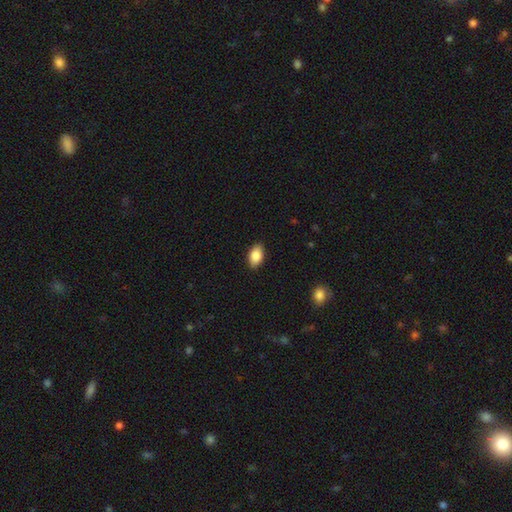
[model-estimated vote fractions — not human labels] smooth-or-featured: smooth: 87% | star or artifact: 7% | featured or disk: 6%
  how-rounded: in between: 92% | round: 6% | cigar-shaped: 2%
  merging: none: 89% | minor disturbance: 9% | major disturbance: 2% | merger: 1%